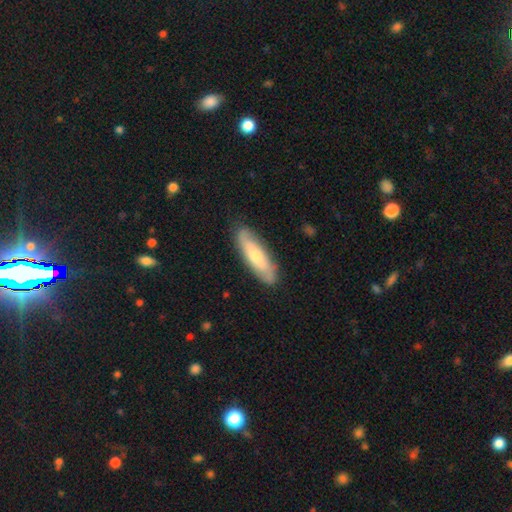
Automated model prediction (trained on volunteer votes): This is possibly a smooth galaxy (52%). How rounded: possibly cigar-shaped (56%). Merging: clearly none (84%).